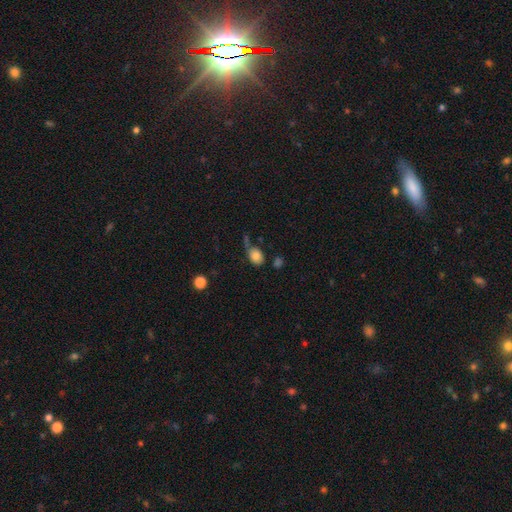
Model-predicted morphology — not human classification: Overall: smooth (80%). How rounded: in between (63%; round 36%). Merging: none (47%; minor disturbance 22%).